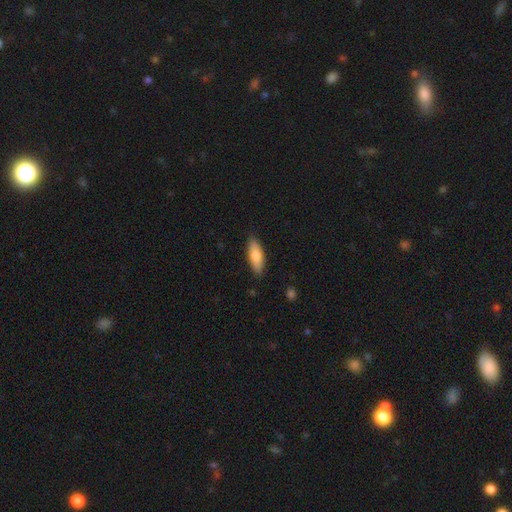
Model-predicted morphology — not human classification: The model was most divided on "how rounded": in between: 65%, cigar-shaped: 33%, round: 2%. More confident: merging — none (86%); smooth or featured — smooth (80%).